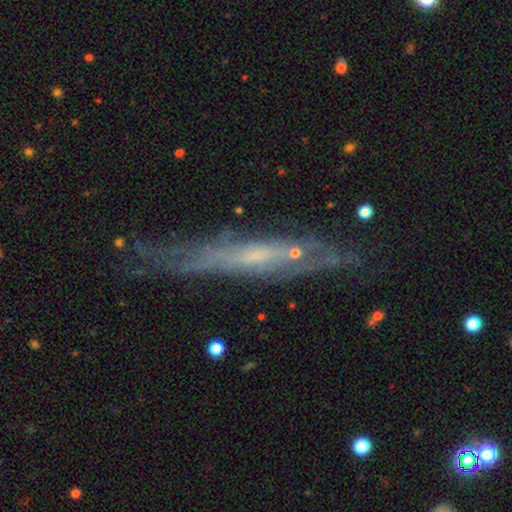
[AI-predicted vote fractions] A featured or disk galaxy (66%) viewed edge-on (79%) with no central bulge (66%).

Vote fractions:
- Smooth or featured? featured or disk: 66% / smooth: 25% / star or artifact: 9%
- Edge-on disk? yes: 79% / no: 21%
- Edge-on bulge? none: 66% / rounded: 25% / boxy: 8%
- Merging? none: 71% / minor disturbance: 20% / major disturbance: 7% / merger: 3%